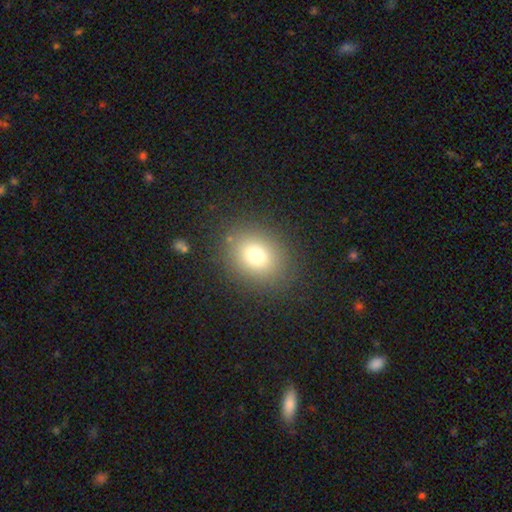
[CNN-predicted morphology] This is likely a smooth galaxy (74%). How rounded: possibly round (56%). Merging: clearly none (85%).